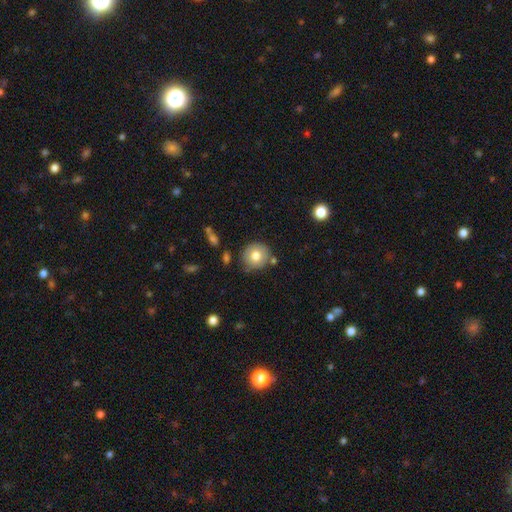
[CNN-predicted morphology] This is likely a smooth galaxy (74%). How rounded: clearly round (90%). Merging: likely none (79%).